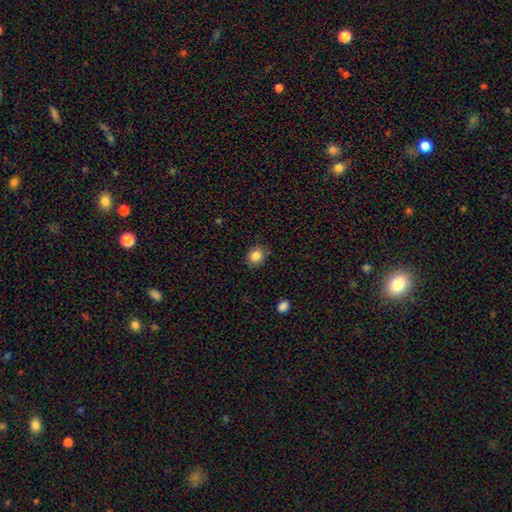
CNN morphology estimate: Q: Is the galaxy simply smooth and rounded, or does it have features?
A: smooth — 85%.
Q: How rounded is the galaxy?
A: round — 67%.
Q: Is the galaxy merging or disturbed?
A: none — 86%.